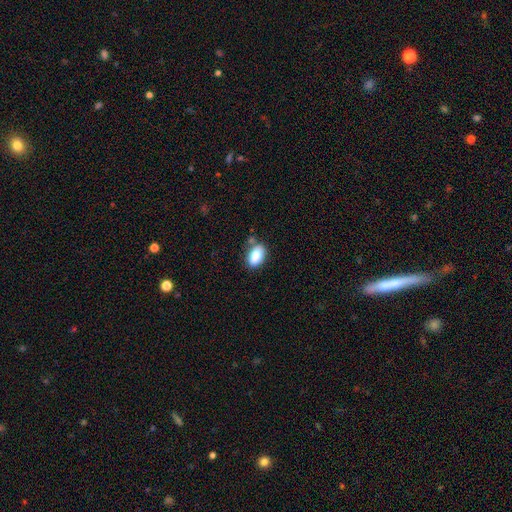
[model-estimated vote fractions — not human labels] smooth 86%, star or artifact 8%, featured or disk 6%. Down the decision tree: how rounded — in between (91%); merging — none (69%).